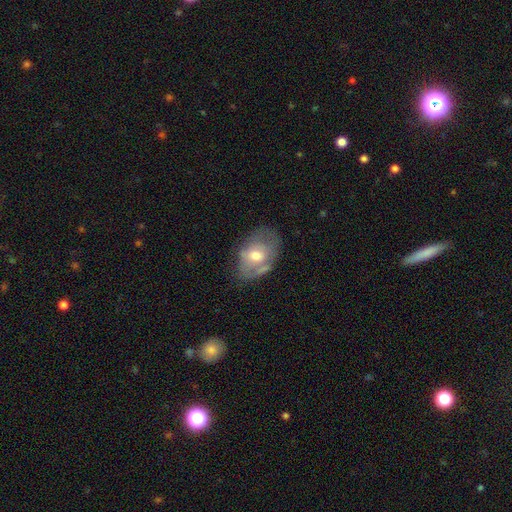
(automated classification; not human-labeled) Morphology: type=featured or disk (47%); merging=none (49%).